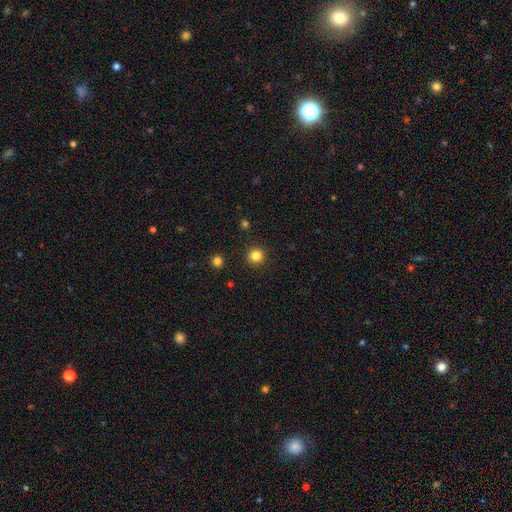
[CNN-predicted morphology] This appears to be a smooth galaxy with no disk features (84%) that is round (95%). Merging: none (93%).